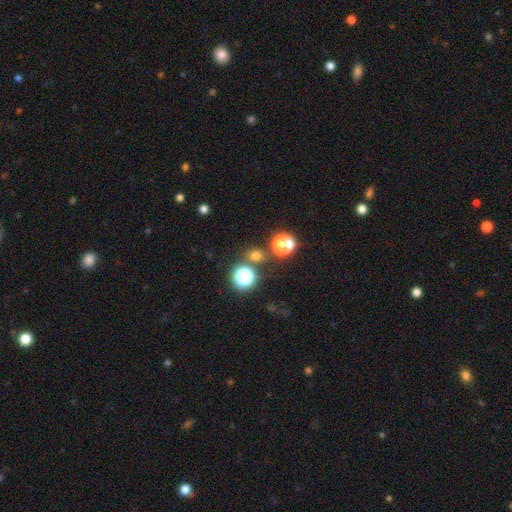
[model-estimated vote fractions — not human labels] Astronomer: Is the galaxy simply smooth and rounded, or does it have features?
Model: smooth — 63%.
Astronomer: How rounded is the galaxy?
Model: round — 77%.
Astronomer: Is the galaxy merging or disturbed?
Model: none — 74%.